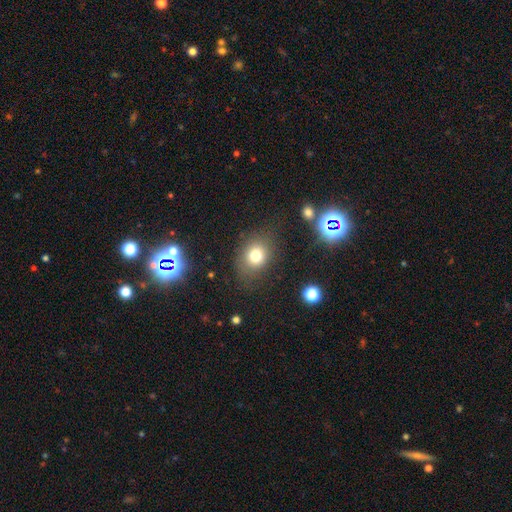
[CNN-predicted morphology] This is likely a smooth galaxy (75%). How rounded: possibly round (57%). Merging: likely none (74%).